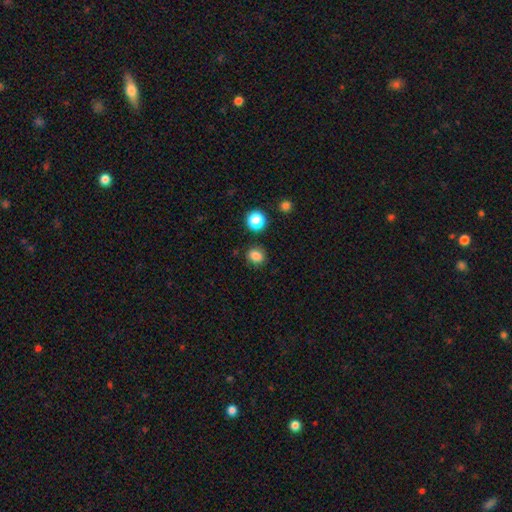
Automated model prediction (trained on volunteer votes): Smooth or featured: smooth — 83% (star or artifact — 13%)
How rounded: round — 68% (in between — 31%)
Merging: none — 85% (minor disturbance — 9%)